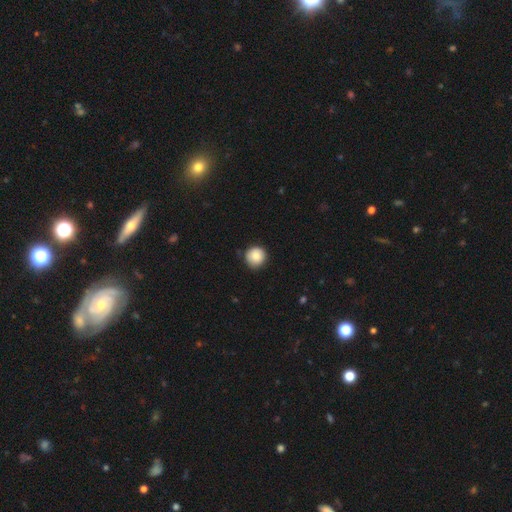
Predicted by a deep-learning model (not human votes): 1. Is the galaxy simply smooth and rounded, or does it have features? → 85% smooth, 8% star or artifact, 6% featured or disk.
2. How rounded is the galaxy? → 94% round, 5% in between, 1% cigar-shaped.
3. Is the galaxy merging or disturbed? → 82% none, 14% minor disturbance, 2% major disturbance, 1% merger.